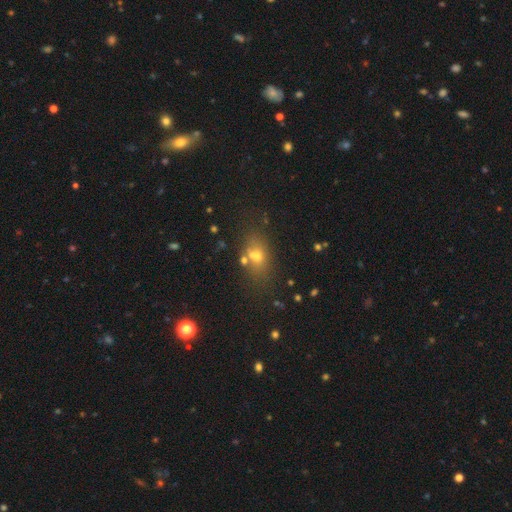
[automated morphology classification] smooth 59%, star or artifact 22%, featured or disk 19%. Down the decision tree: how rounded — in between (68%); merging — none (63%).